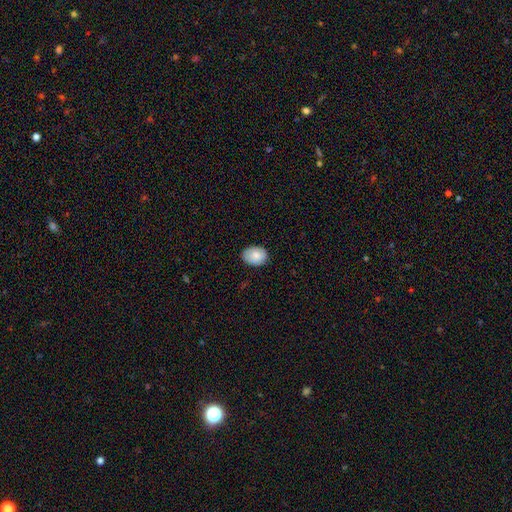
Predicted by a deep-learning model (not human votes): Smooth or featured? smooth (82%)
How rounded? in between (69%)
Merging? none (82%)